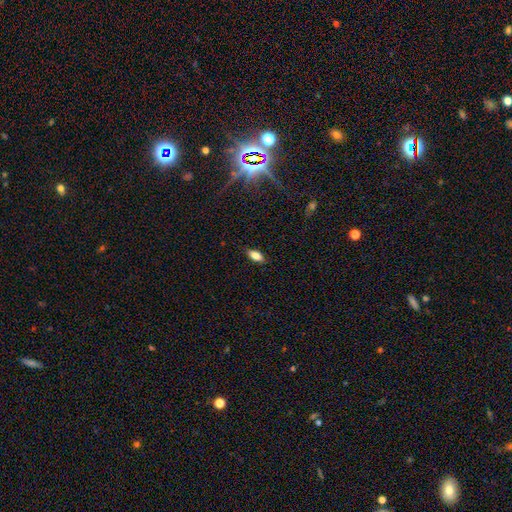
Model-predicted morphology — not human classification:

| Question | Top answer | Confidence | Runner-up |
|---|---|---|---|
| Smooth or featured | smooth | 82% | featured or disk (10%) |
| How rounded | in between | 86% | cigar-shaped (11%) |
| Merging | none | 86% | minor disturbance (10%) |